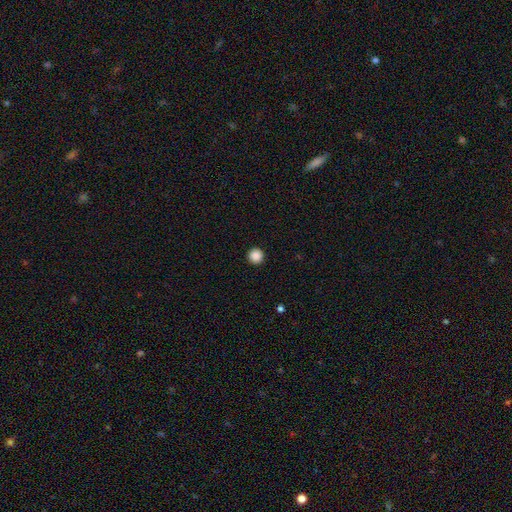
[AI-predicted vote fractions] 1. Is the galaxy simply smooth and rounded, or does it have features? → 88% smooth, 9% star or artifact, 2% featured or disk.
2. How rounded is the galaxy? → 96% round, 3% in between, 1% cigar-shaped.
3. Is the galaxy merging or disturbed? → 94% none, 4% minor disturbance, 1% major disturbance, 1% merger.